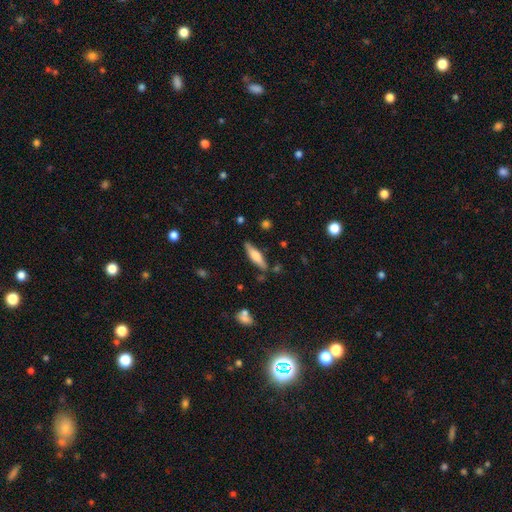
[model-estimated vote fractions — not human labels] smooth 55%, featured or disk 39%, star or artifact 6%. Down the decision tree: how rounded — cigar-shaped (66%); merging — none (82%).